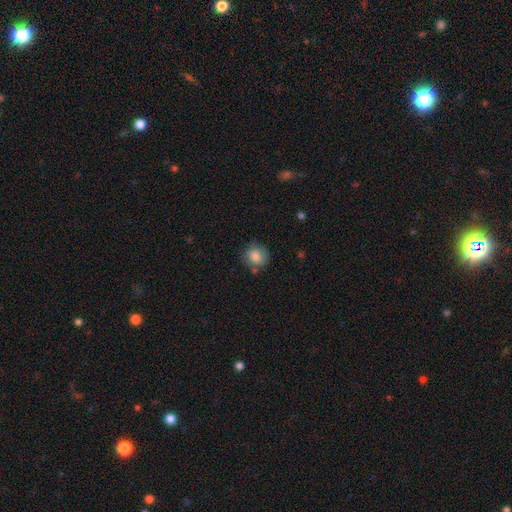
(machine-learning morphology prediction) This appears to be a smooth galaxy with no disk features (81%) that is round (84%). Merging: none (75%).